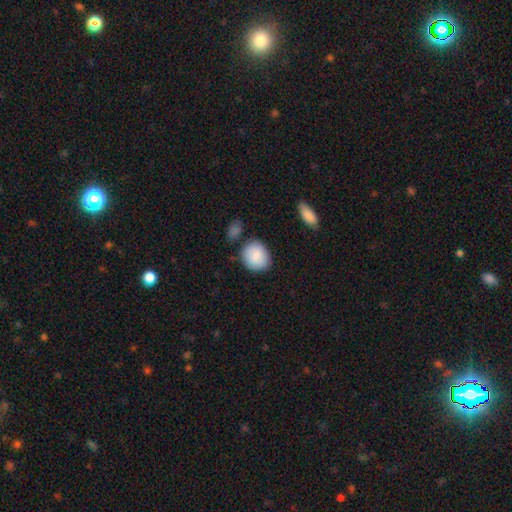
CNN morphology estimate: type=smooth (86%); roundness=round (71%); merging=none (76%).